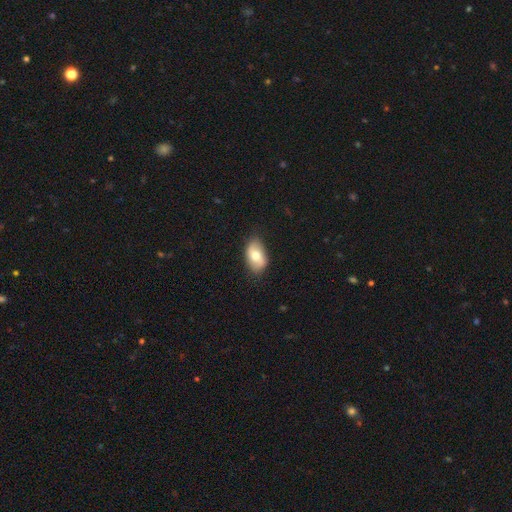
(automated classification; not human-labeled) Smooth or featured? Predicted: smooth (p=0.67). How rounded? Predicted: in between (p=0.92). Merging? Predicted: none (p=0.79).